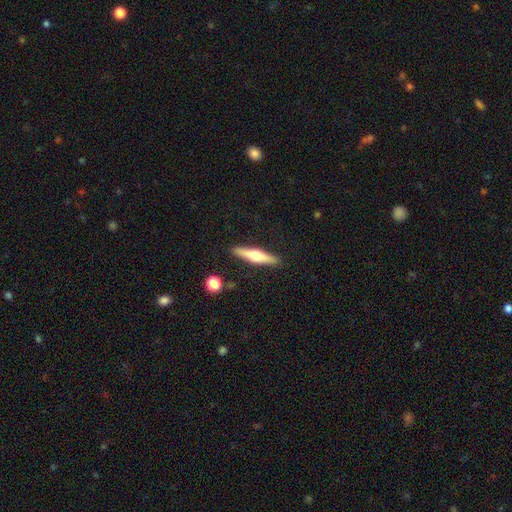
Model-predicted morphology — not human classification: Smooth or featured: featured or disk — 57% (smooth — 37%)
Edge-on disk: yes — 96% (no — 4%)
Edge-on bulge: rounded — 91% (boxy — 5%)
Merging: none — 90% (minor disturbance — 7%)